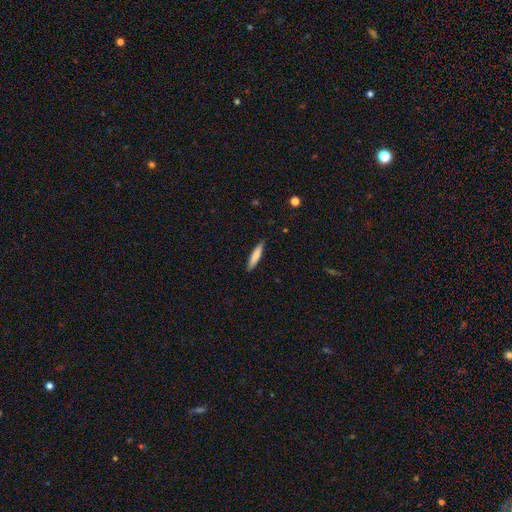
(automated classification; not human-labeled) A smooth galaxy with no disk features (79%) that is cigar-shaped (88%). Merging: none (90%).